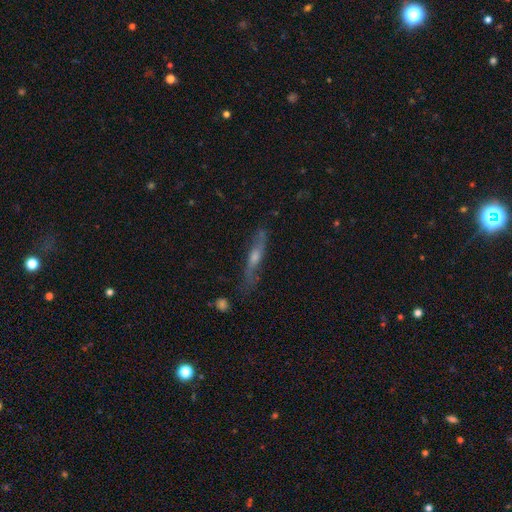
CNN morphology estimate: smooth-or-featured: featured or disk: 66% | smooth: 26% | star or artifact: 8%
  disk-edge-on: yes: 77% | no: 23%
    edge-on-bulge: rounded: 78% | none: 15% | boxy: 7%
  merging: none: 75% | minor disturbance: 18% | major disturbance: 5% | merger: 2%